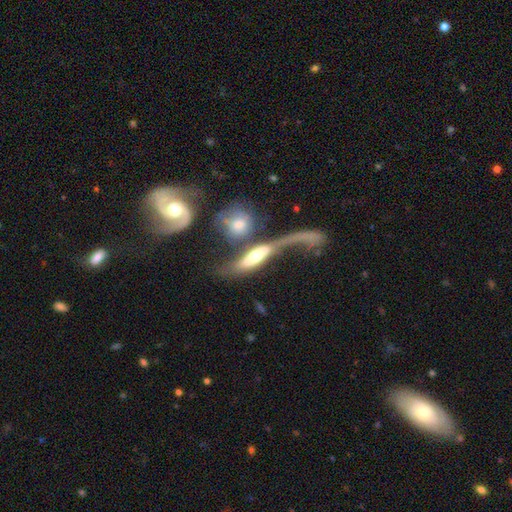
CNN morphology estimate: Overall: featured or disk (54%; smooth 38%). Edge-on disk: no (59%; yes 41%). Merging: merger (52%; major disturbance 25%).